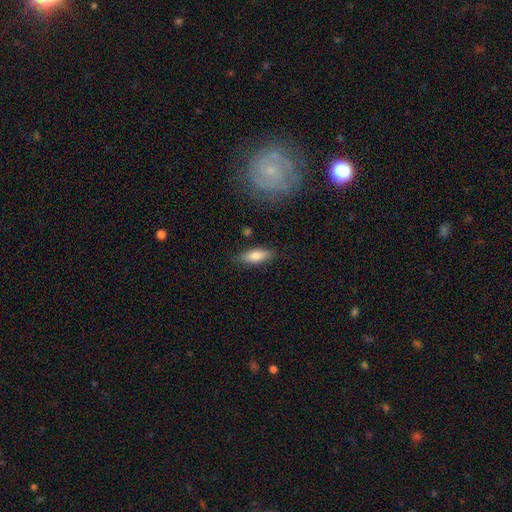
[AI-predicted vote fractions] This appears to be a smooth galaxy with no disk features (78%) that is in between round and cigar-shaped (65%). Merging: none (82%).